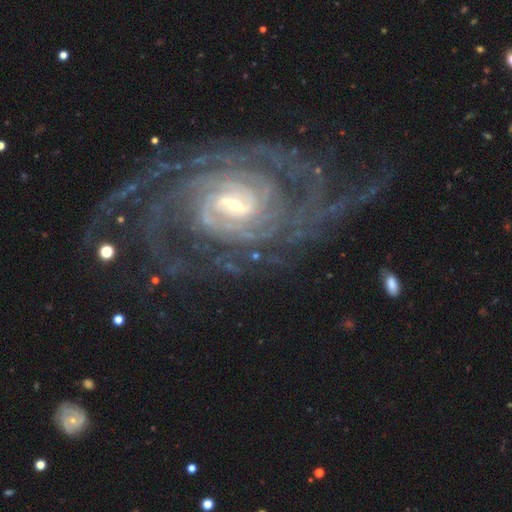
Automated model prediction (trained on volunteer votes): smooth_or_featured: featured or disk (p=0.90) [alt: star or artifact p=0.06]
disk_edge_on: no (p=0.97) [alt: yes p=0.03]
bar: weak (p=0.43) [alt: strong p=0.42]
has_spiral_arms: yes (p=0.98) [alt: no p=0.02]
spiral_winding: tight (p=0.72) [alt: medium p=0.22]
spiral_arm_count: can't tell (p=0.23) [alt: 2 p=0.18]
bulge_size: small (p=0.59) [alt: moderate p=0.34]
merging: none (p=0.68) [alt: major disturbance p=0.15]